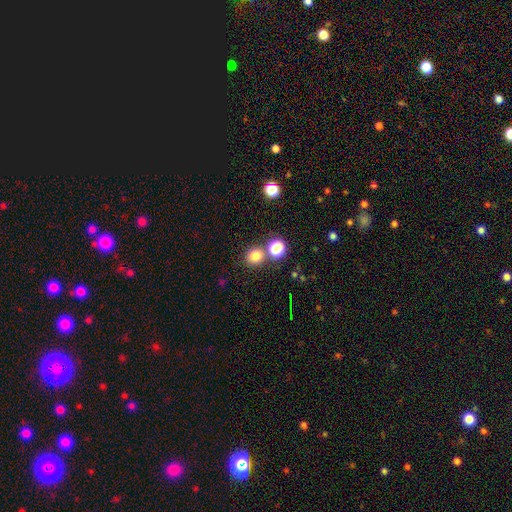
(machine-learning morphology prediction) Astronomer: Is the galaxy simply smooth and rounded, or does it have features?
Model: smooth — 78%.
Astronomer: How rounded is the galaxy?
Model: round — 84%.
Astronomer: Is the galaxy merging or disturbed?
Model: none — 71%.